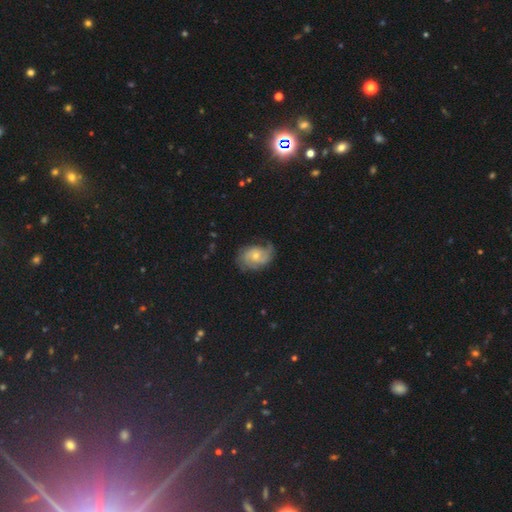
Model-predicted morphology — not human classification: type=featured or disk (72%); edge-on=no (97%); bar=no (68%); spiral arms=yes (92%); winding=medium (40%); arm count=2 (54%); bulge=moderate (48%); merging=none (64%).